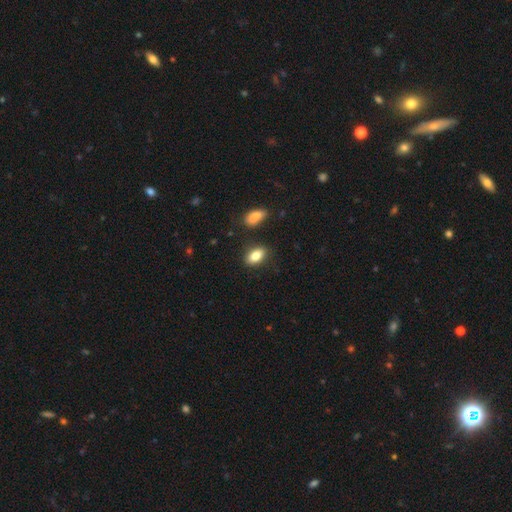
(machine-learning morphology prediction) This is clearly a smooth galaxy (84%). How rounded: clearly in between (89%). Merging: clearly none (82%).